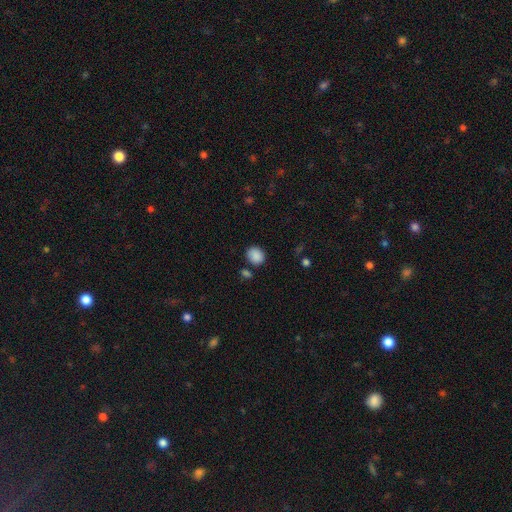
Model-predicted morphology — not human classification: The model was most divided on "how rounded": round: 68%, in between: 31%, cigar-shaped: 1%. More confident: smooth or featured — smooth (88%); merging — none (79%).